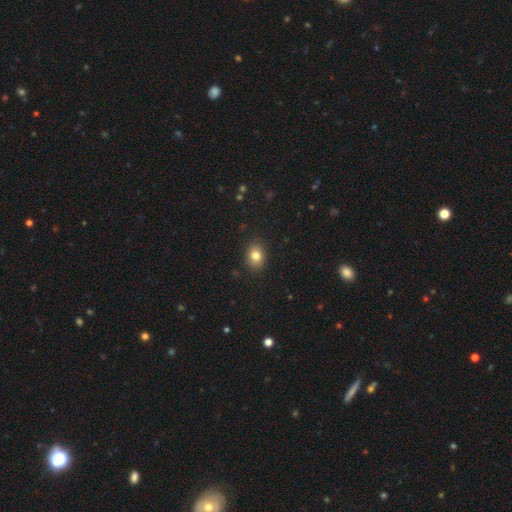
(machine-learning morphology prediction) smooth-or-featured: smooth: 81% | star or artifact: 11% | featured or disk: 8%
  how-rounded: in between: 53% | round: 46% | cigar-shaped: 1%
  merging: none: 88% | minor disturbance: 9% | major disturbance: 2% | merger: 1%